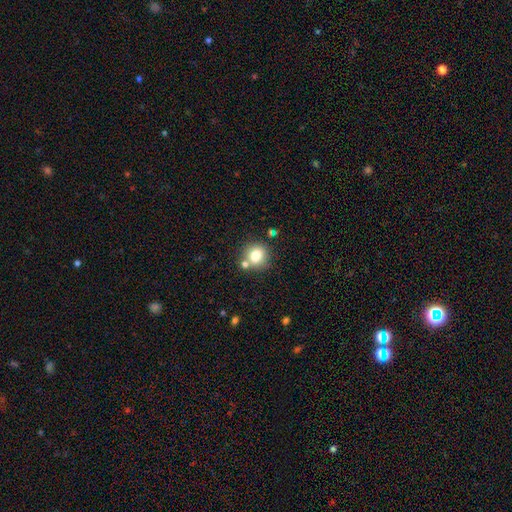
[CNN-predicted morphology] type=smooth (78%); roundness=round (86%); merging=none (73%).